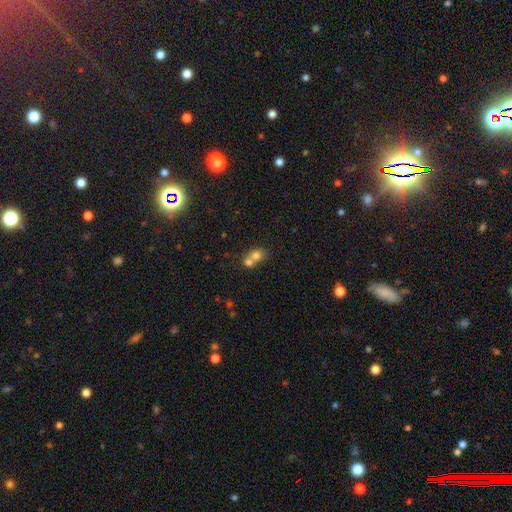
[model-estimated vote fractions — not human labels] Morphology: type=smooth (73%); roundness=round (64%); merging=merger (67%).